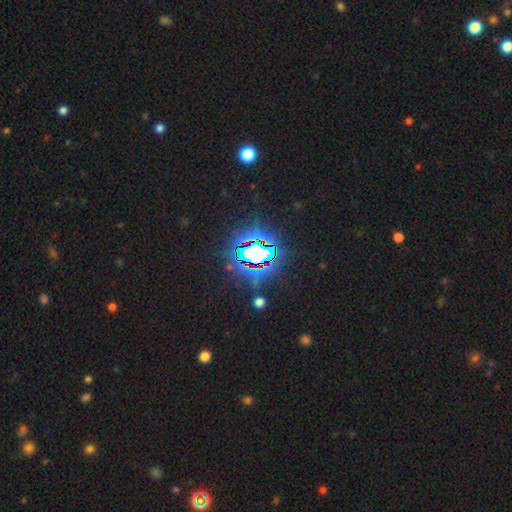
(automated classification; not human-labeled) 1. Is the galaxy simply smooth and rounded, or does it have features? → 75% star or artifact, 14% smooth, 11% featured or disk.